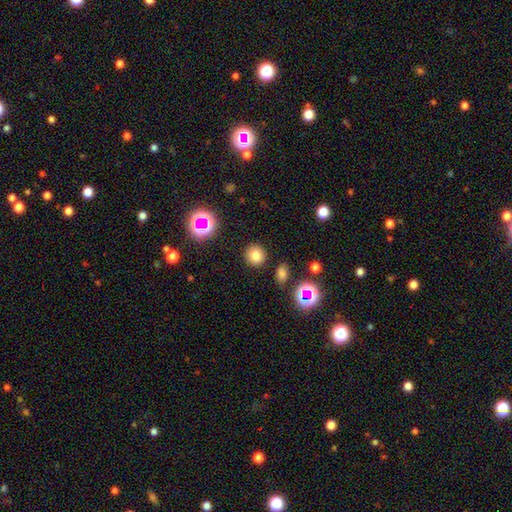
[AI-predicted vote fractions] Q: Smooth or featured?
A: smooth (77%); runner-up: star or artifact (15%)
Q: How rounded?
A: round (88%); runner-up: in between (11%)
Q: Merging?
A: none (89%); runner-up: minor disturbance (6%)